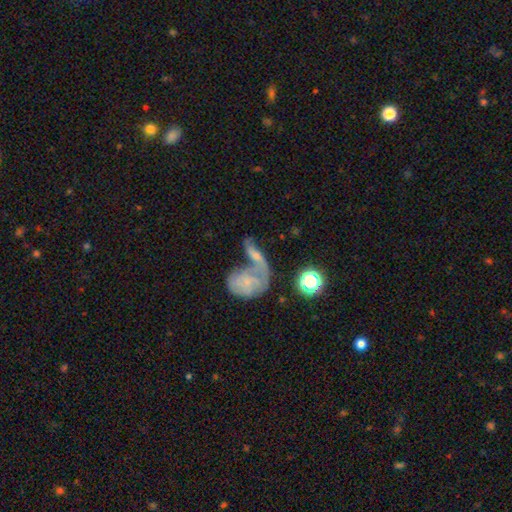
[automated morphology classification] featured or disk 50%, smooth 37%, star or artifact 12%. Down the decision tree: edge-on disk — no (91%); merging — merger (63%).